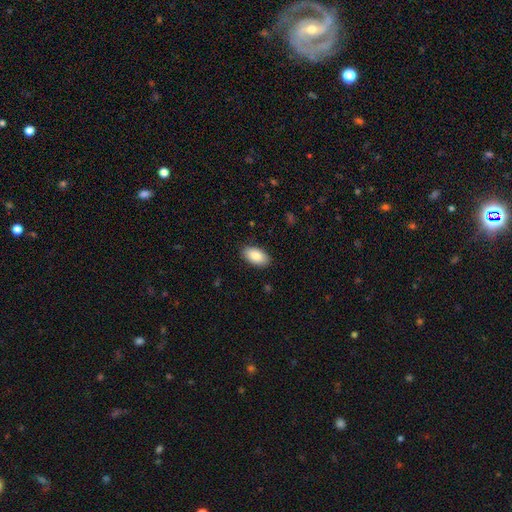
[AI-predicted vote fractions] smooth-or-featured: smooth: 88% | star or artifact: 6% | featured or disk: 6%
  how-rounded: in between: 95% | round: 3% | cigar-shaped: 2%
  merging: none: 88% | minor disturbance: 9% | major disturbance: 2% | merger: 1%